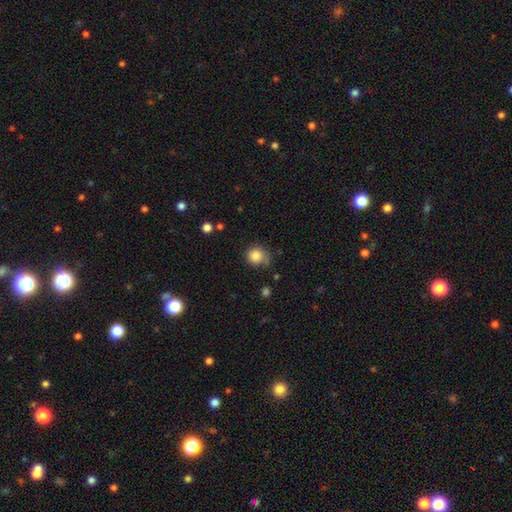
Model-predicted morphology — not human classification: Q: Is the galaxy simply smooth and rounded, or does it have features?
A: smooth — 84%.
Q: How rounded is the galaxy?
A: round — 85%.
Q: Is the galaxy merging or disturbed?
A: none — 64%.